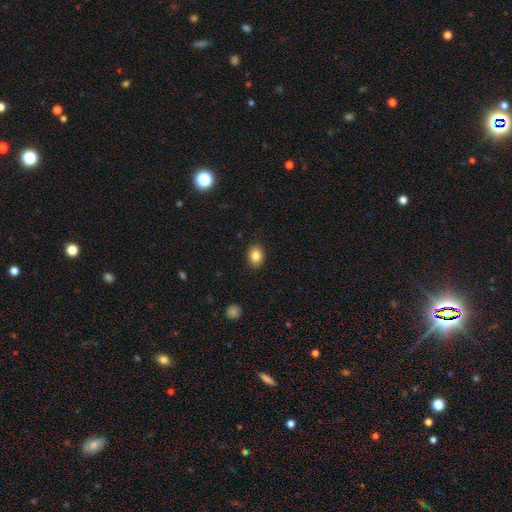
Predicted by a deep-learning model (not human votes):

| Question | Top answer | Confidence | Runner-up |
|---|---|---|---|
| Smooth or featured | smooth | 86% | star or artifact (9%) |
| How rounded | in between | 68% | round (31%) |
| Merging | none | 88% | minor disturbance (9%) |